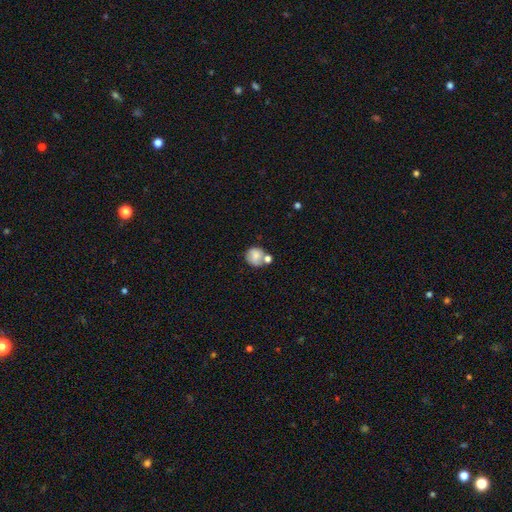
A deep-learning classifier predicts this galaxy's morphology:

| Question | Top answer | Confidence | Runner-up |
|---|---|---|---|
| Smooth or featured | smooth | 71% | featured or disk (21%) |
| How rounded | round | 81% | in between (18%) |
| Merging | none | 45% | merger (32%) |